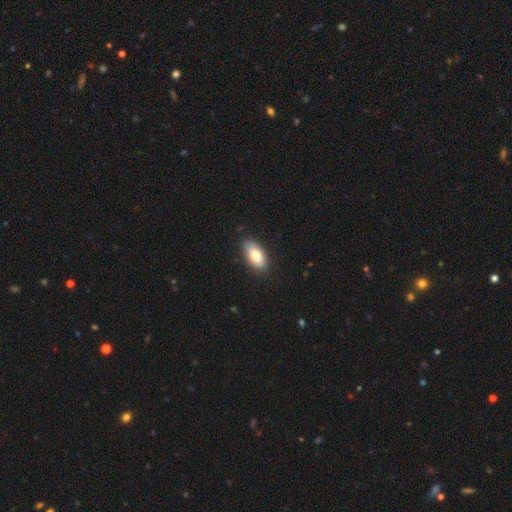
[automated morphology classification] Smooth or featured: smooth — 77% (featured or disk — 16%)
How rounded: in between — 90% (cigar-shaped — 6%)
Merging: none — 84% (minor disturbance — 12%)